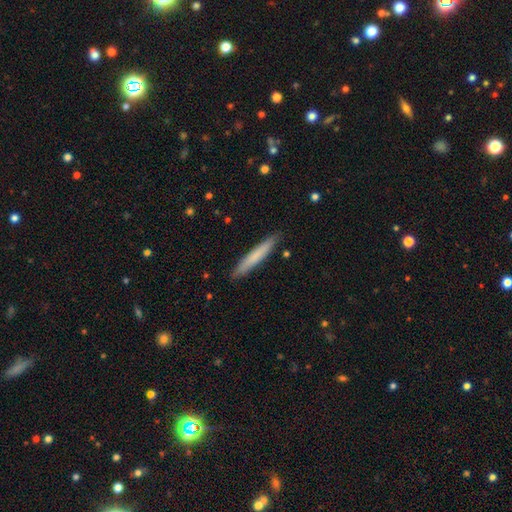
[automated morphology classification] smooth_or_featured: smooth (p=0.73) [alt: featured or disk p=0.22]
how_rounded: cigar-shaped (p=0.95) [alt: in between p=0.03]
merging: none (p=0.90) [alt: minor disturbance p=0.08]